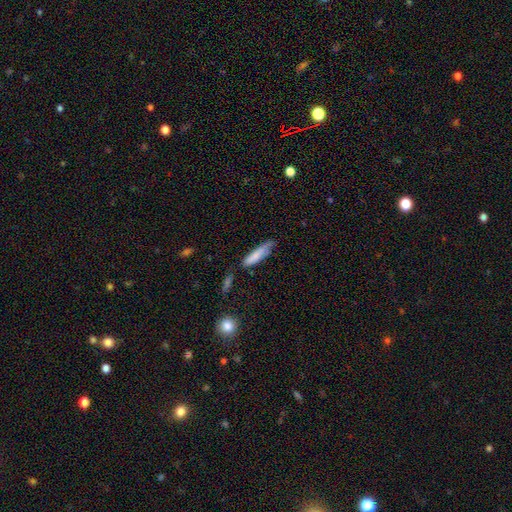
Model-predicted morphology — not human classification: This appears to be a smooth galaxy with no disk features (79%) that is cigar-shaped (75%). Merging: none (55%).